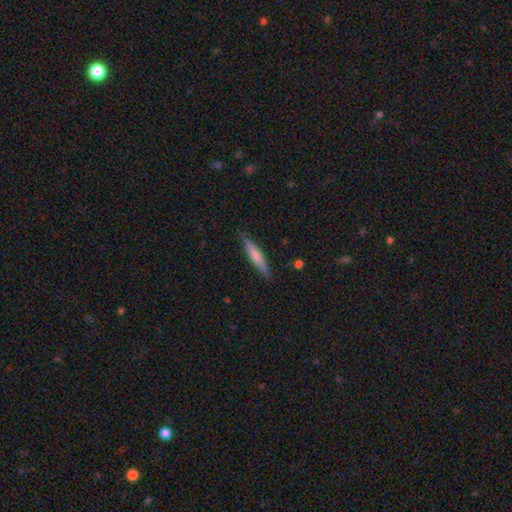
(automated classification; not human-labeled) Smooth or featured? smooth (60%)
How rounded? cigar-shaped (86%)
Merging? none (84%)